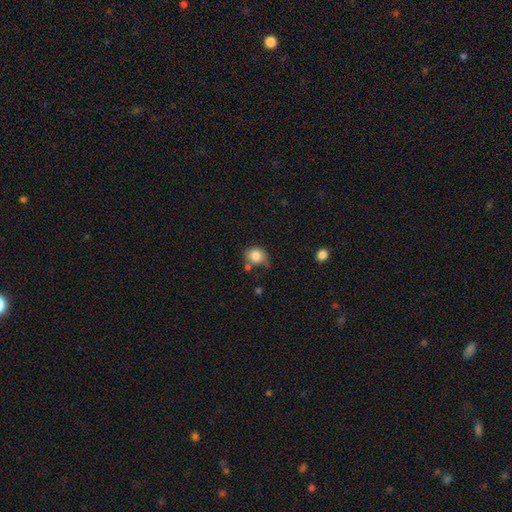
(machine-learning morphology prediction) Smooth or featured? smooth (83%)
How rounded? round (70%)
Merging? none (57%)